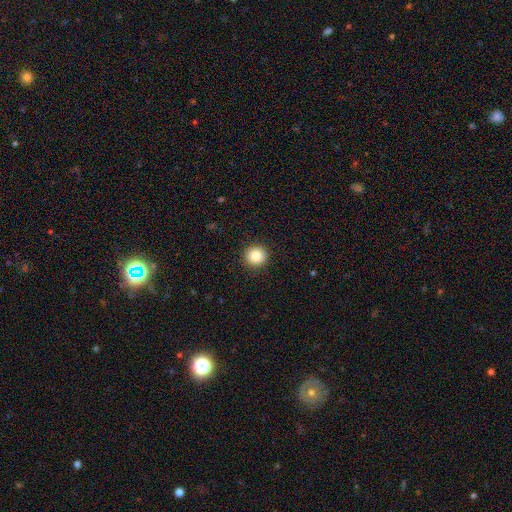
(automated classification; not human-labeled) A smooth galaxy with no disk features (84%) that is round (95%).

Vote fractions:
- Smooth or featured? smooth: 84% / star or artifact: 10% / featured or disk: 6%
- How rounded? round: 95% / in between: 4% / cigar-shaped: 1%
- Merging? none: 93% / minor disturbance: 5% / major disturbance: 2% / merger: 1%